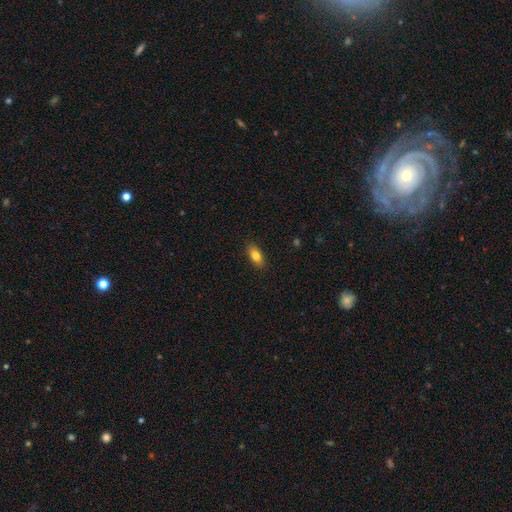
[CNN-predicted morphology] smooth 82%, featured or disk 10%, star or artifact 8%. Down the decision tree: how rounded — in between (86%); merging — none (88%).